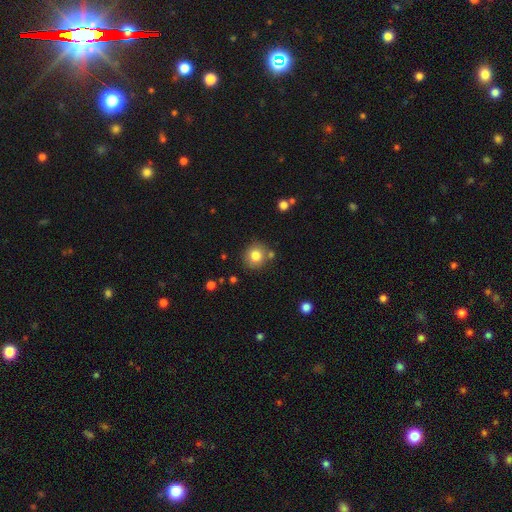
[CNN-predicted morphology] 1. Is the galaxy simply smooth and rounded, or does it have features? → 81% smooth, 11% star or artifact, 8% featured or disk.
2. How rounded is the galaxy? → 88% round, 11% in between, 1% cigar-shaped.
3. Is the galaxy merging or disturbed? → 80% none, 10% minor disturbance, 7% merger, 3% major disturbance.